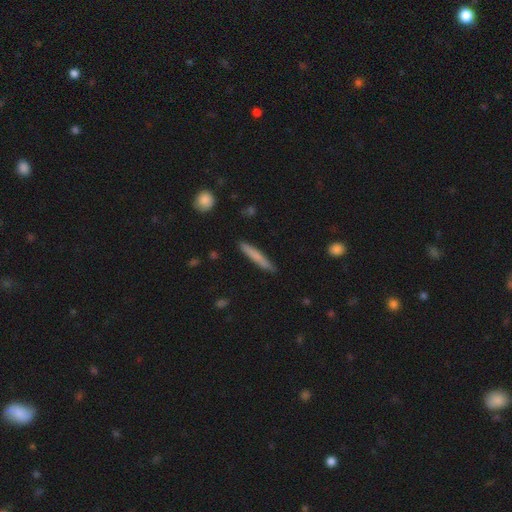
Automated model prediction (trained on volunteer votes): A smooth galaxy with no disk features (72%) that is cigar-shaped (95%). Merging: none (86%).